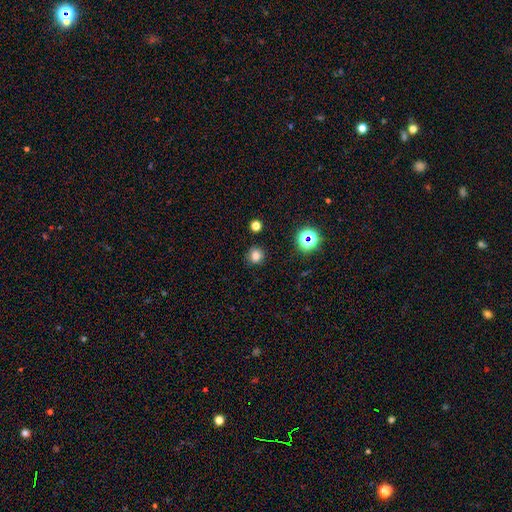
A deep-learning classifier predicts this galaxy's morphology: Smooth or featured?
  - smooth: 77% *
  - star or artifact: 18%
  - featured or disk: 5%
How rounded?
  - round: 85% *
  - in between: 14%
  - cigar-shaped: 1%
Merging?
  - none: 85% *
  - minor disturbance: 10%
  - major disturbance: 3%
  - merger: 2%